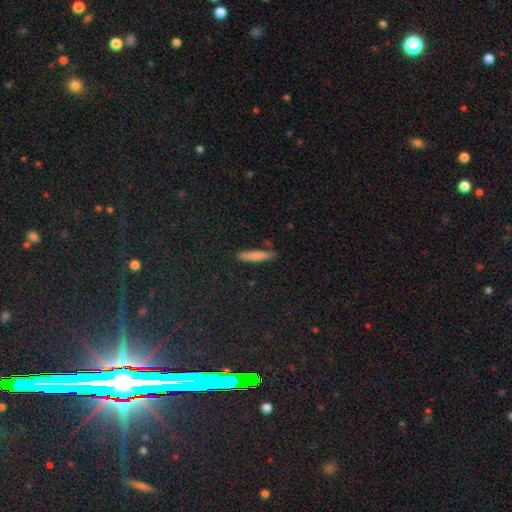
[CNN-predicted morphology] Overall: smooth (78%). How rounded: cigar-shaped (87%). Merging: none (82%).